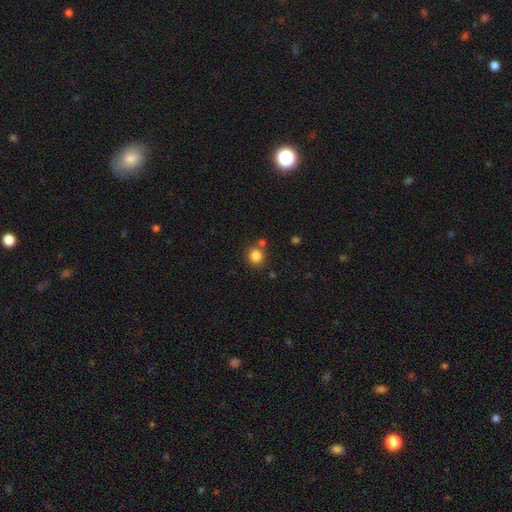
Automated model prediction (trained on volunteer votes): Smooth or featured? smooth (84%)
How rounded? round (88%)
Merging? none (74%)